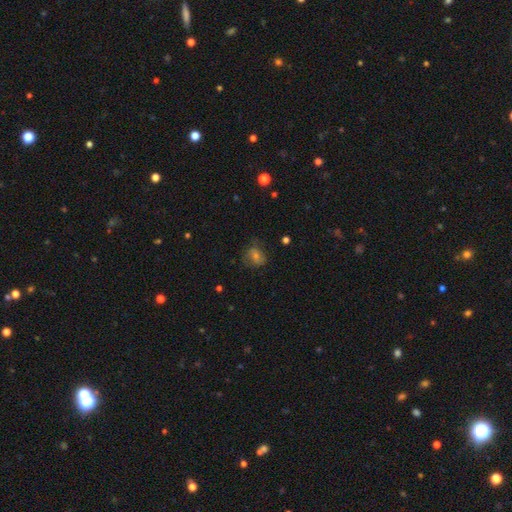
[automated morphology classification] This appears to be a smooth galaxy with no disk features (52%) that is round (62%). Merging: none (69%).